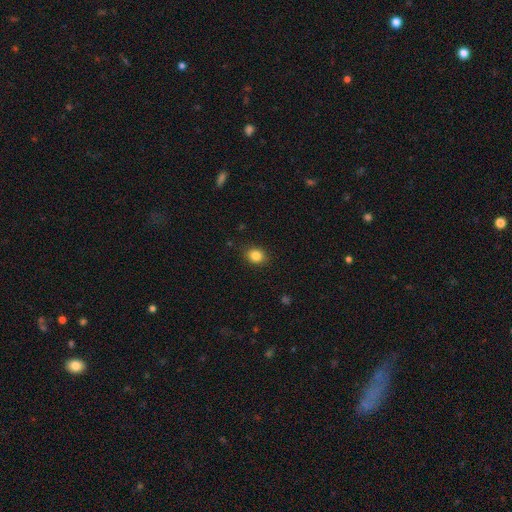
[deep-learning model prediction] smooth_or_featured: smooth (p=0.85) [alt: star or artifact p=0.10]
how_rounded: round (p=0.65) [alt: in between p=0.34]
merging: none (p=0.89) [alt: minor disturbance p=0.08]